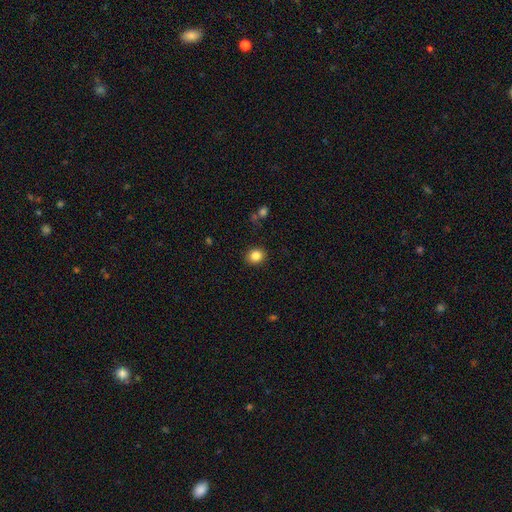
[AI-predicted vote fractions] This is clearly a smooth galaxy (84%). How rounded: likely round (76%). Merging: clearly none (90%).